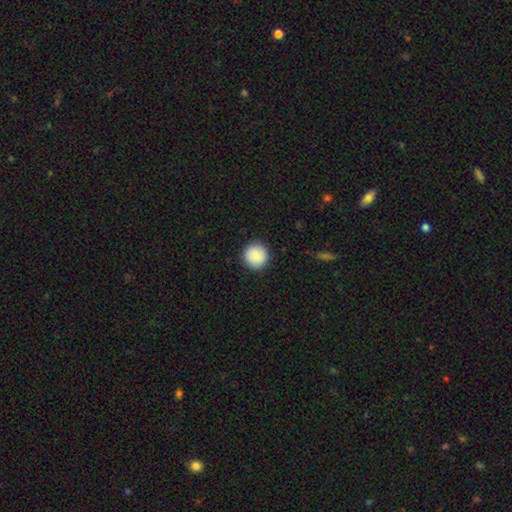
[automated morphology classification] The model was most divided on "smooth or featured": smooth: 89%, star or artifact: 7%, featured or disk: 4%. More confident: how rounded — round (95%); merging — none (92%).